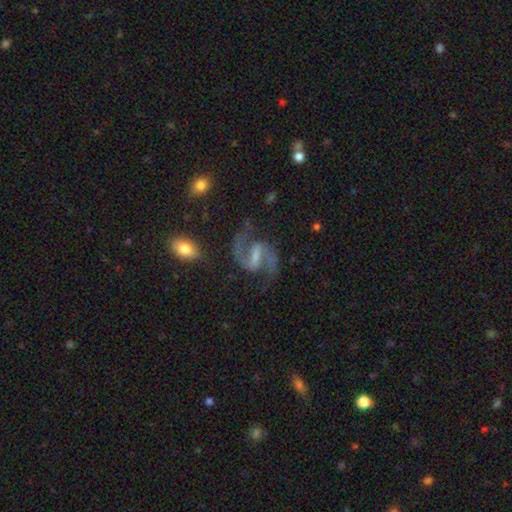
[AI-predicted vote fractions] smooth_or_featured: featured or disk (p=0.91) [alt: star or artifact p=0.05]
disk_edge_on: no (p=0.98) [alt: yes p=0.02]
bar: strong (p=0.46) [alt: weak p=0.43]
has_spiral_arms: yes (p=0.98) [alt: no p=0.02]
spiral_winding: medium (p=0.60) [alt: loose p=0.30]
spiral_arm_count: 2 (p=0.94) [alt: can't tell p=0.02]
bulge_size: small (p=0.45) [alt: none p=0.26]
merging: none (p=0.77) [alt: minor disturbance p=0.13]